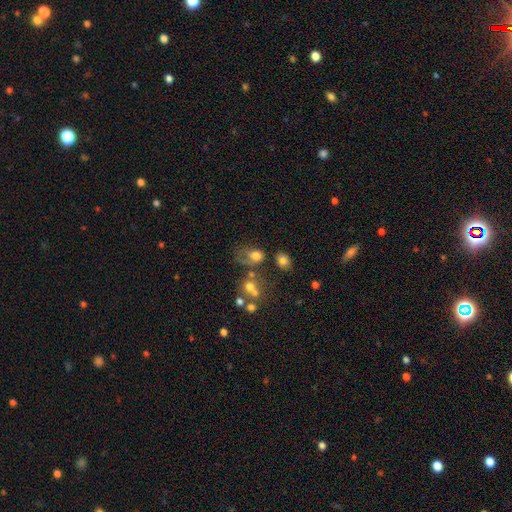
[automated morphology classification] This appears to be a smooth galaxy with no disk features (65%) that is in between round and cigar-shaped (65%). Merging: major disturbance (33%).